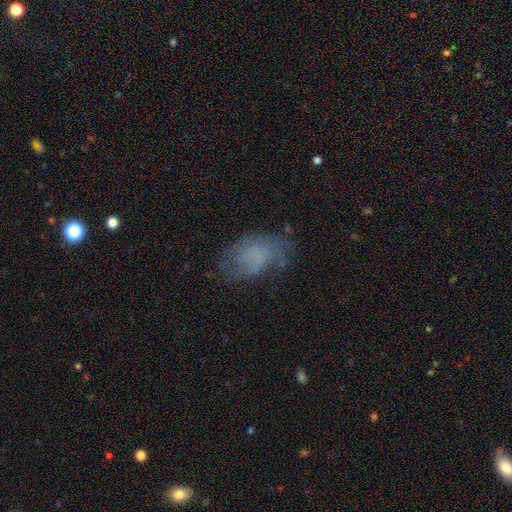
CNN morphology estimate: Overall: smooth (50%; featured or disk 37%). How rounded: in between (86%). Merging: none (57%; minor disturbance 25%).